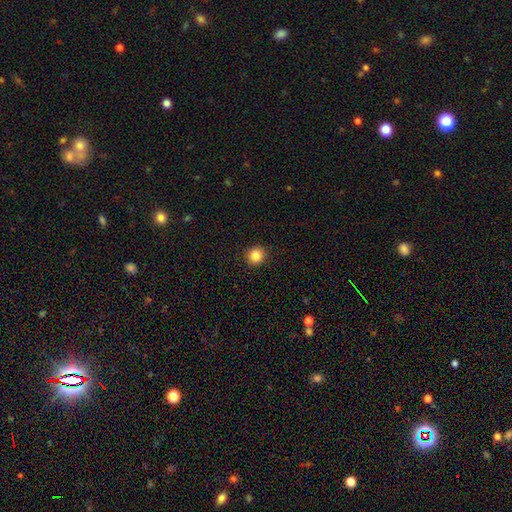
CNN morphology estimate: Smooth or featured?
  - smooth: 84% *
  - star or artifact: 11%
  - featured or disk: 6%
How rounded?
  - round: 93% *
  - in between: 6%
  - cigar-shaped: 1%
Merging?
  - none: 92% *
  - minor disturbance: 5%
  - major disturbance: 2%
  - merger: 1%